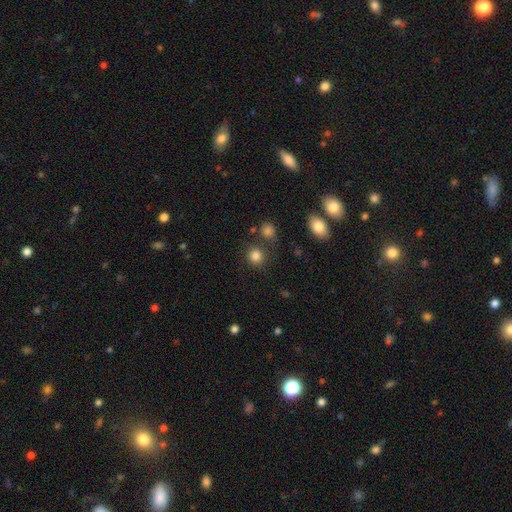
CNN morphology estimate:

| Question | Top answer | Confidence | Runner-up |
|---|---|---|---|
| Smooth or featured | smooth | 83% | star or artifact (12%) |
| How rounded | round | 89% | in between (10%) |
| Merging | none | 77% | merger (10%) |